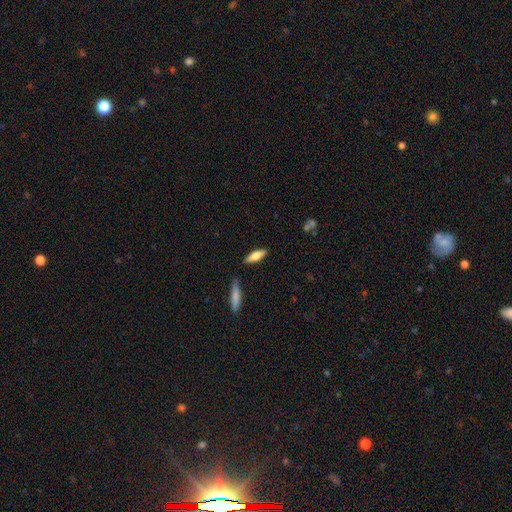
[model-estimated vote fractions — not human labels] This appears to be a smooth galaxy with no disk features (61%) that is cigar-shaped (54%). Merging: none (84%).